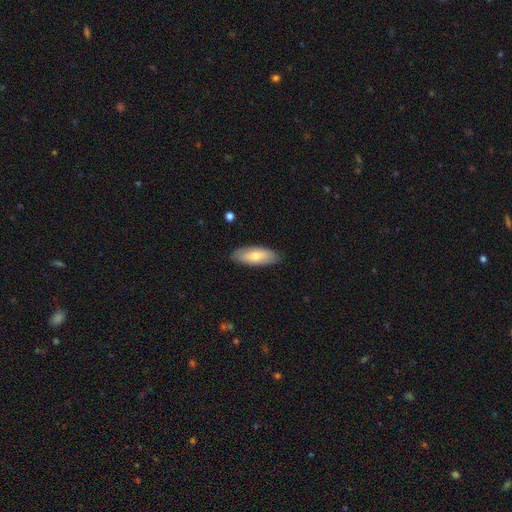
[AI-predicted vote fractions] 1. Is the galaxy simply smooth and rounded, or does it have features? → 69% smooth, 25% featured or disk, 6% star or artifact.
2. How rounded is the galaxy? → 75% in between, 23% cigar-shaped, 2% round.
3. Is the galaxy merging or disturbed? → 87% none, 10% minor disturbance, 2% major disturbance, 1% merger.